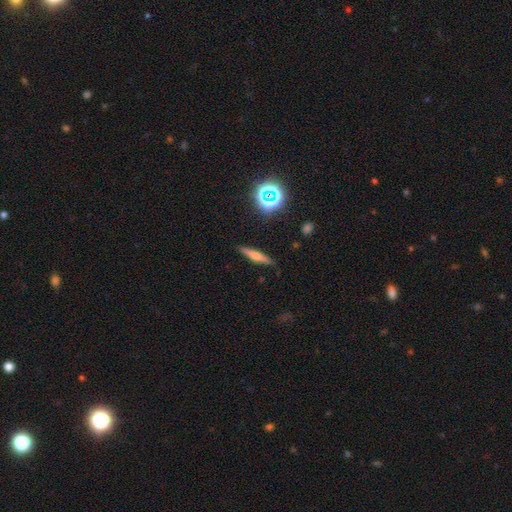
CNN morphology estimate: smooth 51%, featured or disk 37%, star or artifact 12%. Down the decision tree: how rounded — cigar-shaped (85%); merging — none (87%).